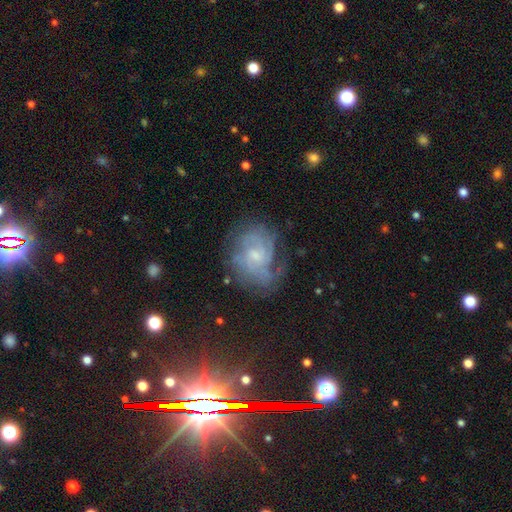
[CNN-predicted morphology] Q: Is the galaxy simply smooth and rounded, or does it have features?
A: featured or disk — 73%.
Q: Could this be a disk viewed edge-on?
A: no — 97%.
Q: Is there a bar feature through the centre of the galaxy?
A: no — 60%.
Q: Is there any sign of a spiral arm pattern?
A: yes — 88%.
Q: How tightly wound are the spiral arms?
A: tight — 48%.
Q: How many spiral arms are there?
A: can't tell — 41%.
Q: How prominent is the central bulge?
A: small — 57%.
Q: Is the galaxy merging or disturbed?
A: none — 58%.